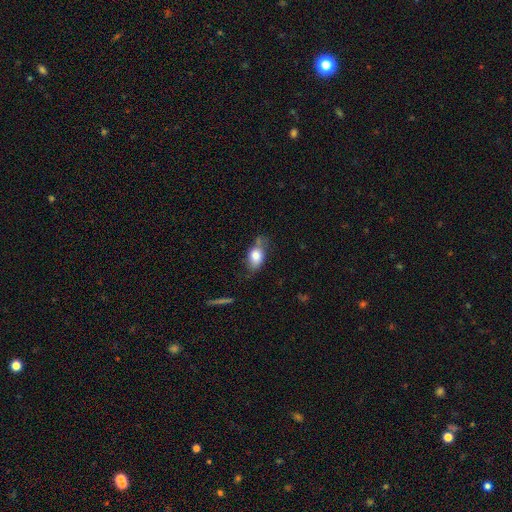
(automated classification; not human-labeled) This appears to be a smooth galaxy with no disk features (76%) that is in between round and cigar-shaped (83%). Merging: none (54%).